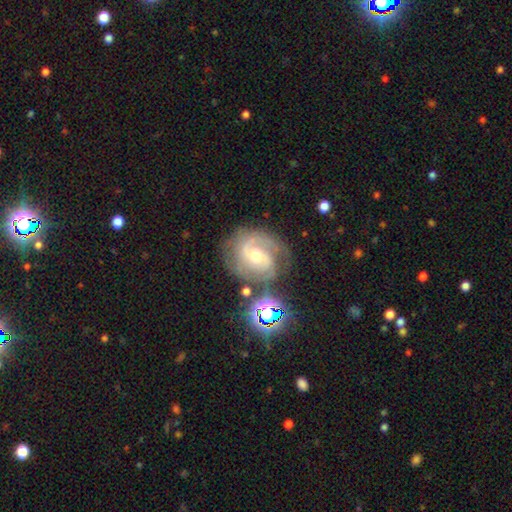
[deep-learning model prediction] Smooth or featured?
  - featured or disk: 83% *
  - smooth: 8%
  - star or artifact: 8%
Edge-on disk?
  - no: 97% *
  - yes: 3%
Bar?
  - no: 48% *
  - weak: 40%
  - strong: 12%
Spiral arms?
  - yes: 96% *
  - no: 4%
Spiral winding?
  - tight: 52% *
  - medium: 39%
  - loose: 9%
Spiral arm count?
  - 2: 55% *
  - can't tell: 16%
  - 3: 15%
  - 1: 8%
  - 4: 3%
  - more than 4: 3%
Bulge size?
  - moderate: 67% *
  - small: 28%
  - large: 4%
  - none: 1%
  - dominant: 1%
Merging?
  - none: 63% *
  - minor disturbance: 19%
  - major disturbance: 10%
  - merger: 7%